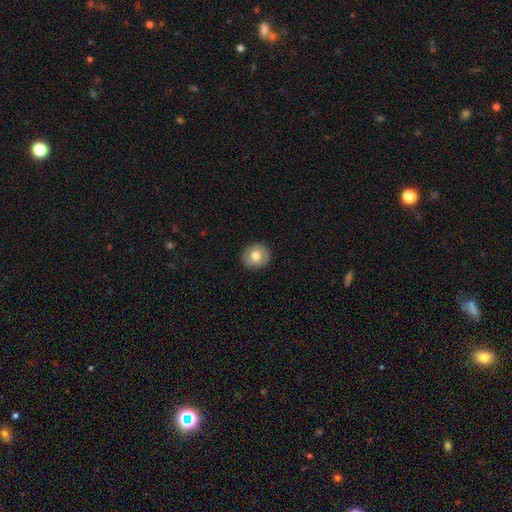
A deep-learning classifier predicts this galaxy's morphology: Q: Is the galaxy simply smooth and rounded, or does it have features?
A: smooth — 70%.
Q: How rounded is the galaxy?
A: round — 87%.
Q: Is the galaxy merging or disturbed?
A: none — 90%.